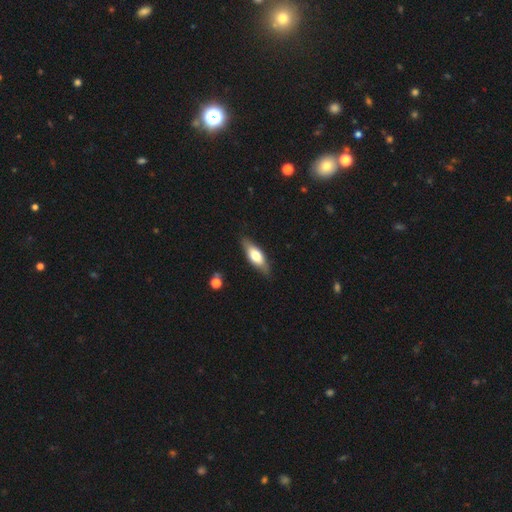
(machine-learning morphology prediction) Smooth or featured: smooth — 59% (featured or disk — 35%)
How rounded: in between — 63% (cigar-shaped — 34%)
Merging: none — 83% (minor disturbance — 13%)